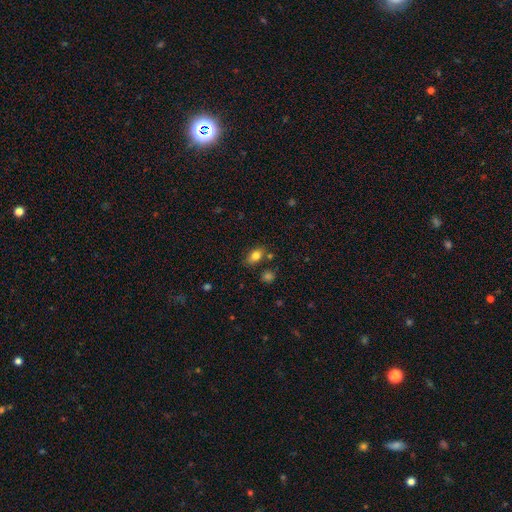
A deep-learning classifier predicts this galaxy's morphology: This is clearly a smooth galaxy (80%). How rounded: clearly in between (82%). Merging: likely none (75%).